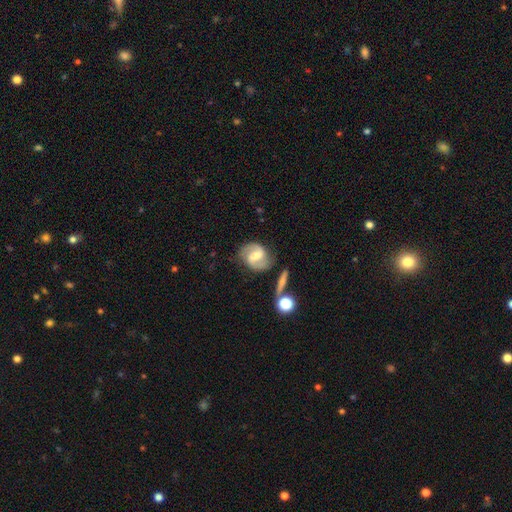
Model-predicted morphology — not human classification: A featured or disk galaxy (81%) with a weak bar (48%), 2 (92%) medium (54%) spiral arms (95%) and a moderate central bulge (50%).

Vote fractions:
- Smooth or featured? featured or disk: 81% / smooth: 13% / star or artifact: 6%
- Edge-on disk? no: 97% / yes: 3%
- Bar? weak: 48% / strong: 36% / no: 16%
- Spiral arms? yes: 95% / no: 5%
- Spiral winding? medium: 54% / loose: 26% / tight: 20%
- Spiral arm count? 2: 92% / can't tell: 4% / 1: 2% / 3: 1% / 4: 1% / more than 4: 1%
- Bulge size? moderate: 50% / small: 26% / large: 12% / none: 11% / dominant: 2%
- Merging? none: 75% / minor disturbance: 15% / major disturbance: 6% / merger: 4%